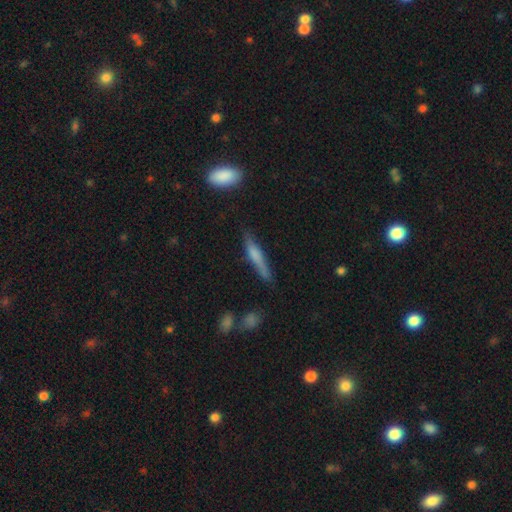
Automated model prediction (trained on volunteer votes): Q: Smooth or featured?
A: smooth (52%); runner-up: featured or disk (41%)
Q: How rounded?
A: cigar-shaped (89%); runner-up: in between (9%)
Q: Merging?
A: none (74%); runner-up: minor disturbance (18%)